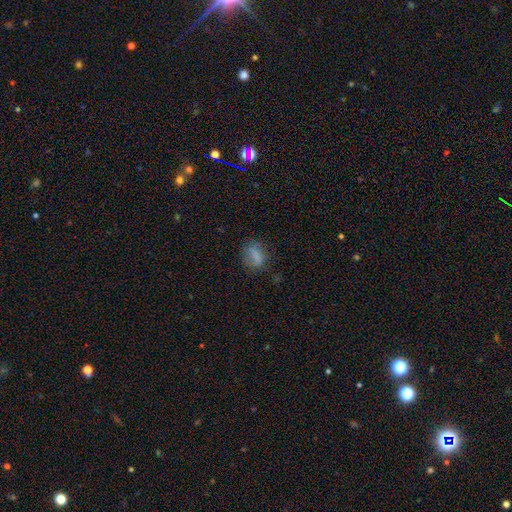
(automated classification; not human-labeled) A smooth galaxy with no disk features (69%) that is in between round and cigar-shaped (57%). Merging: none (62%).